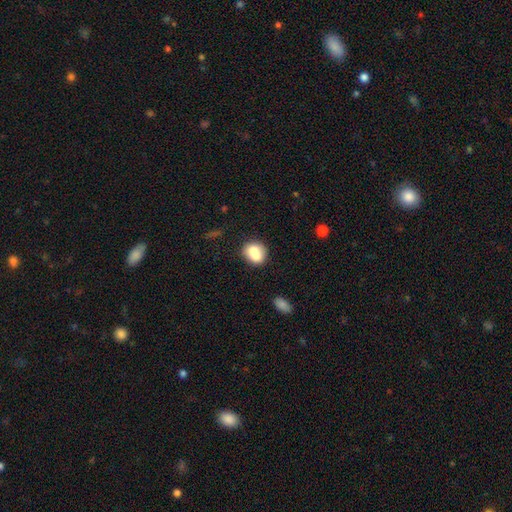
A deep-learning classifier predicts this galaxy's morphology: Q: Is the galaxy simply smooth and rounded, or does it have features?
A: smooth — 75%.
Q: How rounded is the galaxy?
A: round — 58%.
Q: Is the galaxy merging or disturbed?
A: none — 51%.